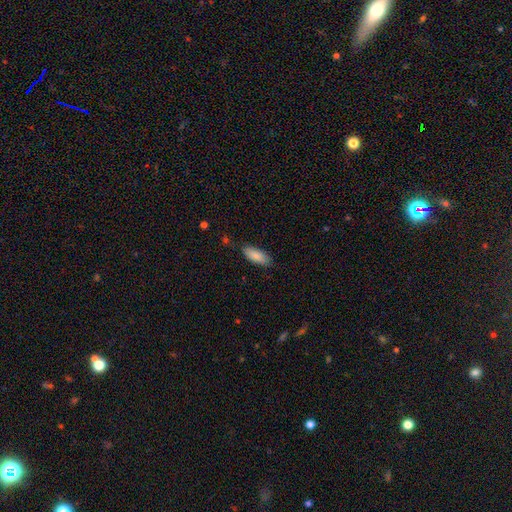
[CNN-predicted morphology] Smooth or featured: smooth — 86% (featured or disk — 8%)
How rounded: in between — 79% (cigar-shaped — 20%)
Merging: none — 80% (minor disturbance — 16%)